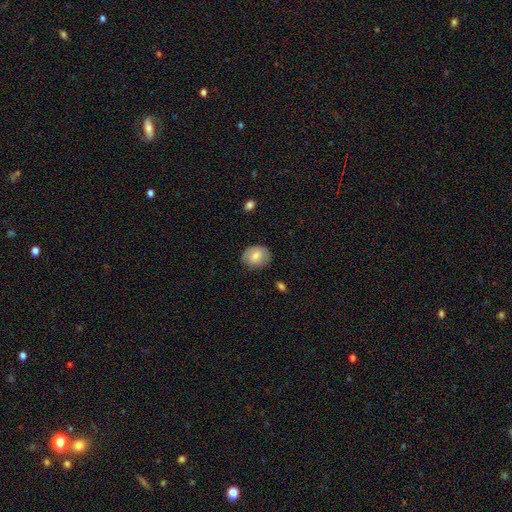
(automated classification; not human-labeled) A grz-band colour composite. It shows a smooth galaxy with no disk features (75%) that is round (55%). Merging: none (78%).